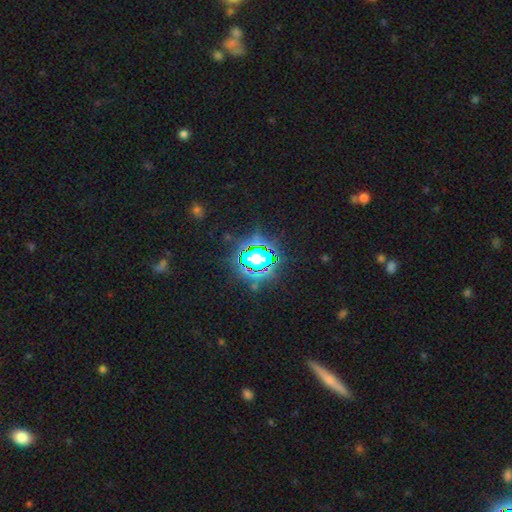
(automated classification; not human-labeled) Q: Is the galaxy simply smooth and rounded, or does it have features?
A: star or artifact — 78%.